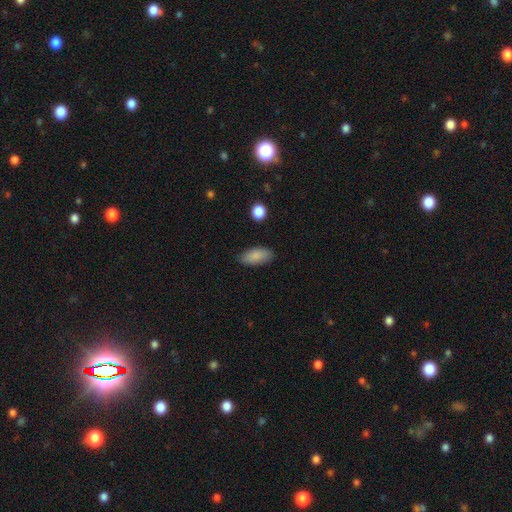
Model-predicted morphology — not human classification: Smooth or featured? smooth (86%)
How rounded? in between (89%)
Merging? none (85%)